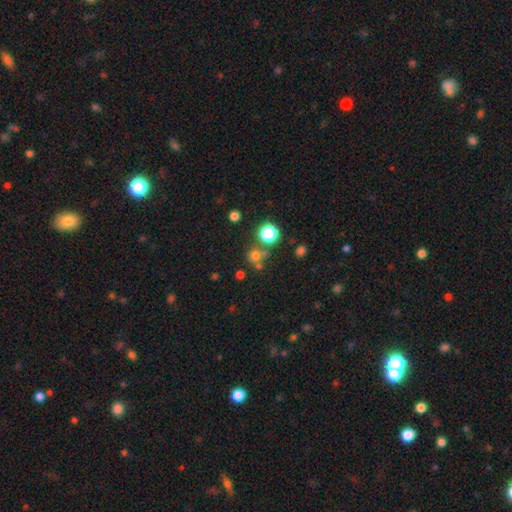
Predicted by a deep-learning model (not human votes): smooth_or_featured: smooth (p=0.64) [alt: star or artifact p=0.27]
how_rounded: round (p=0.87) [alt: in between p=0.11]
merging: none (p=0.61) [alt: merger p=0.24]